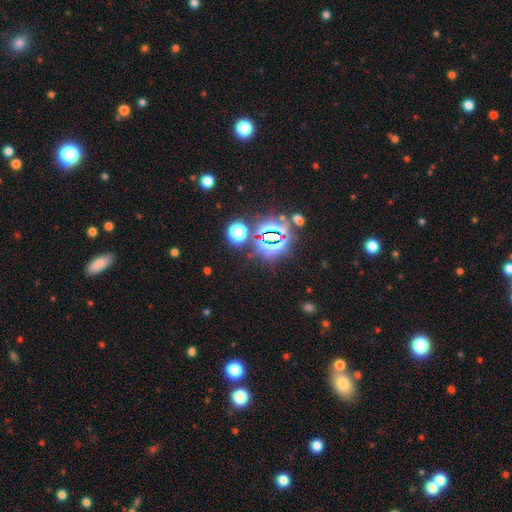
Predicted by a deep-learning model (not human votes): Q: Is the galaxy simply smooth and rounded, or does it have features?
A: star or artifact — 79%.